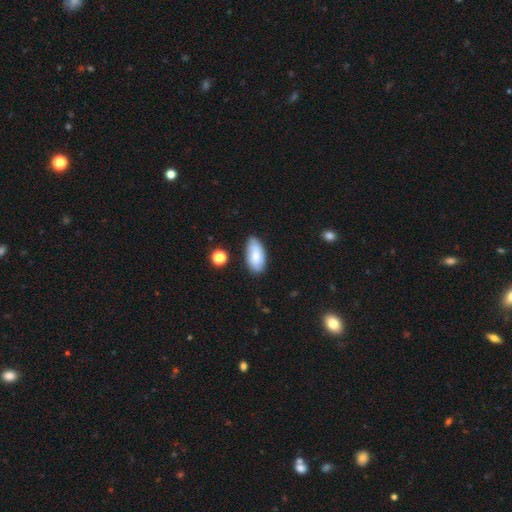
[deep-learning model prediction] Smooth or featured: smooth — 75% (featured or disk — 17%)
How rounded: in between — 91% (cigar-shaped — 6%)
Merging: none — 74% (minor disturbance — 19%)